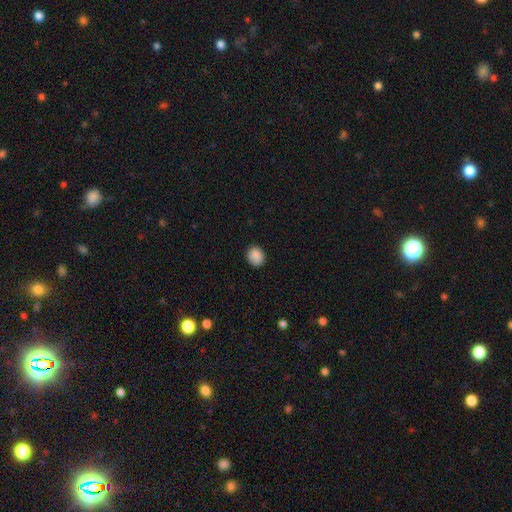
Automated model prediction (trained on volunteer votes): Q: Smooth or featured?
A: smooth (88%); runner-up: star or artifact (8%)
Q: How rounded?
A: round (65%); runner-up: in between (34%)
Q: Merging?
A: none (87%); runner-up: minor disturbance (9%)